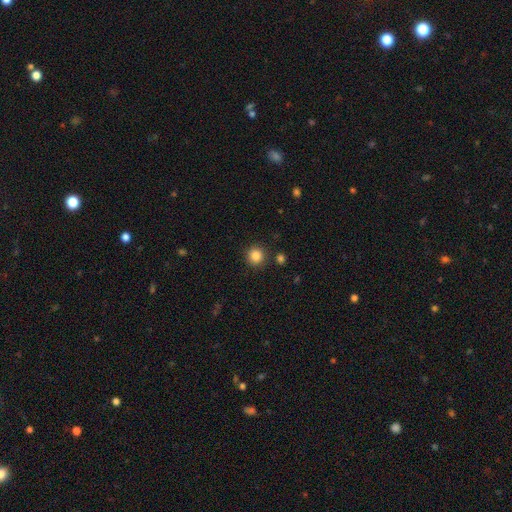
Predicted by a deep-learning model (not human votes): Morphology: type=smooth (85%); roundness=round (92%); merging=none (88%).